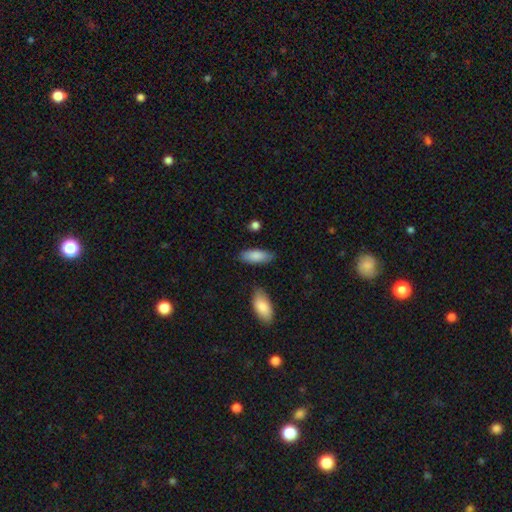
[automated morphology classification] This is clearly a smooth galaxy (86%). How rounded: likely in between (76%). Merging: clearly none (80%).